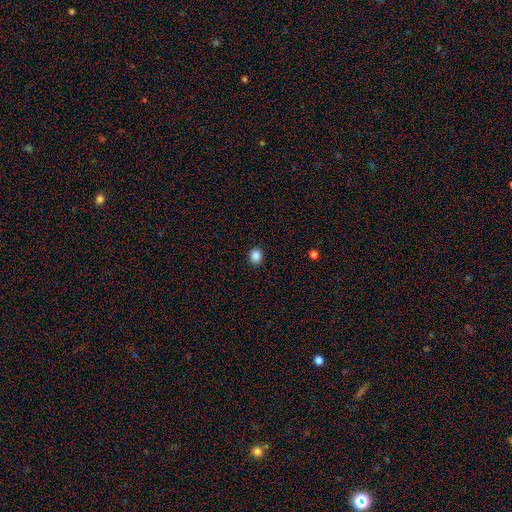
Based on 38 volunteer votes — Smooth or featured? smooth (97%)
How rounded? round (62%)
Merging? none (89%)